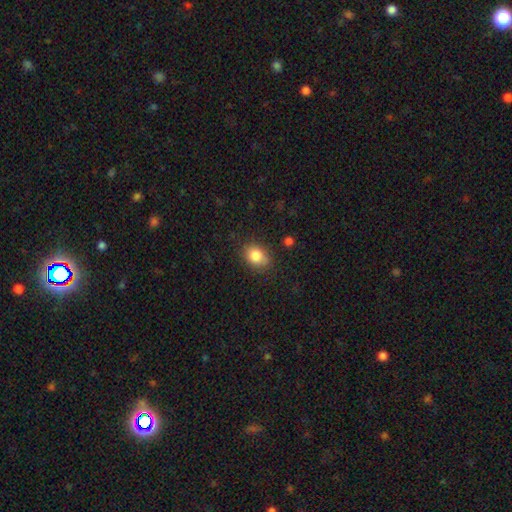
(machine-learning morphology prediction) smooth_or_featured: smooth (p=0.84) [alt: star or artifact p=0.09]
how_rounded: in between (p=0.64) [alt: round p=0.35]
merging: none (p=0.81) [alt: minor disturbance p=0.14]